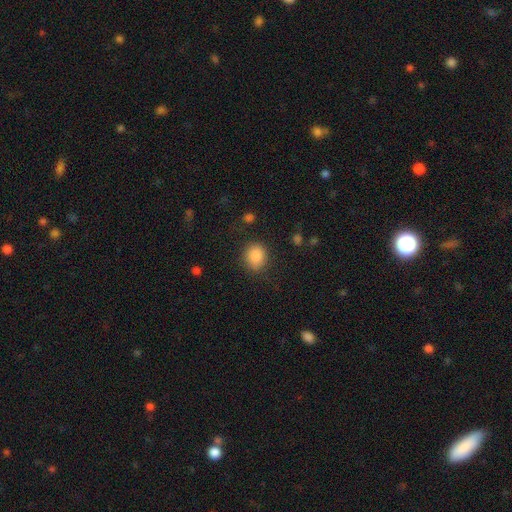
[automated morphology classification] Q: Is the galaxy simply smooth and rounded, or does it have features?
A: smooth — 87%.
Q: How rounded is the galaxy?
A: round — 64%.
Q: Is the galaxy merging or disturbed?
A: none — 78%.